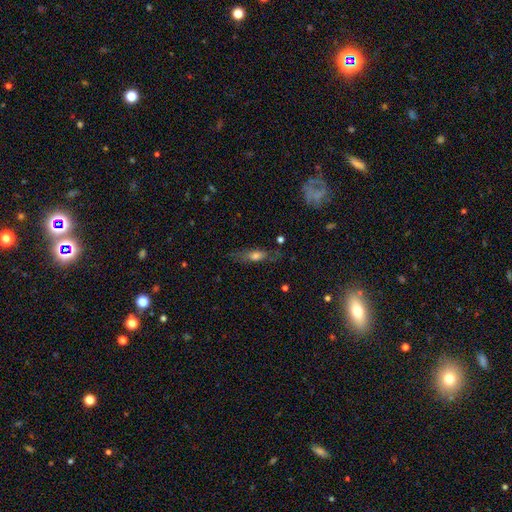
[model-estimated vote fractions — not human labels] Q: Smooth or featured?
A: smooth (58%); runner-up: featured or disk (33%)
Q: How rounded?
A: cigar-shaped (51%); runner-up: in between (45%)
Q: Merging?
A: none (69%); runner-up: minor disturbance (20%)